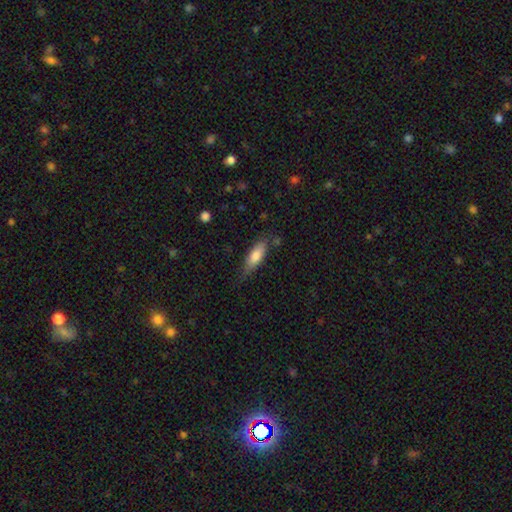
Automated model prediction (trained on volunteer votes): smooth 75%, featured or disk 19%, star or artifact 6%. Down the decision tree: how rounded — in between (63%); merging — none (66%).